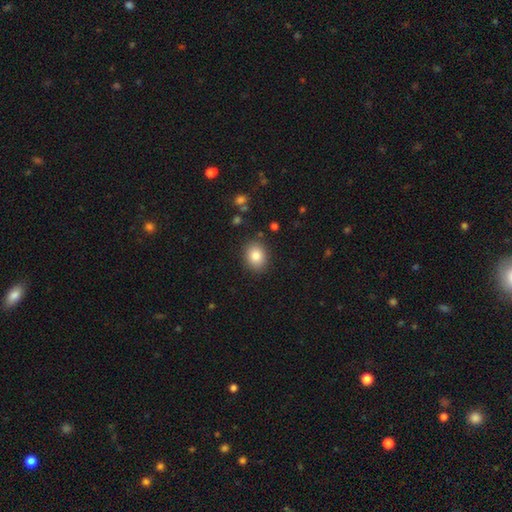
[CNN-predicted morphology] Smooth or featured?
  - smooth: 84% *
  - star or artifact: 9%
  - featured or disk: 7%
How rounded?
  - in between: 51% *
  - round: 48%
  - cigar-shaped: 1%
Merging?
  - none: 88% *
  - minor disturbance: 8%
  - major disturbance: 3%
  - merger: 1%